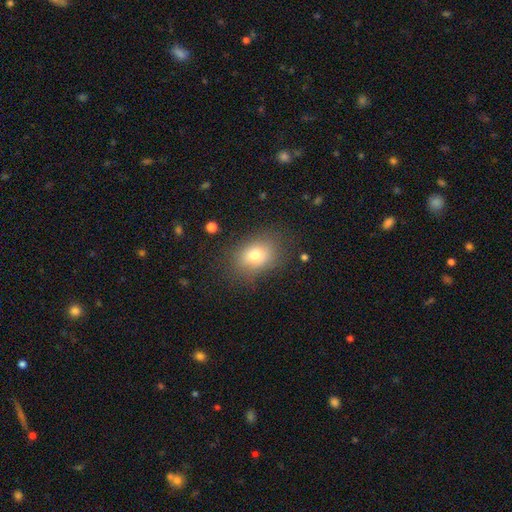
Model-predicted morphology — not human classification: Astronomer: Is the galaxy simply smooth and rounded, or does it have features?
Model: smooth — 75%.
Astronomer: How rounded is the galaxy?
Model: in between — 65%.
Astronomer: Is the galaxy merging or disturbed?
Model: none — 78%.